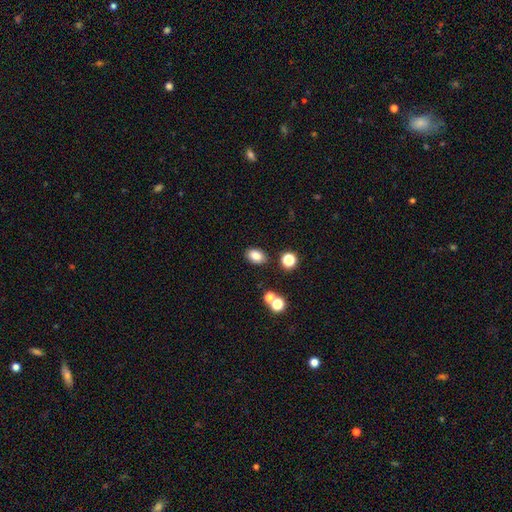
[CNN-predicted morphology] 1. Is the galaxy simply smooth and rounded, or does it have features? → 81% smooth, 11% star or artifact, 7% featured or disk.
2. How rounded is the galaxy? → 84% in between, 15% round, 1% cigar-shaped.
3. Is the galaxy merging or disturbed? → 85% none, 9% minor disturbance, 4% merger, 3% major disturbance.